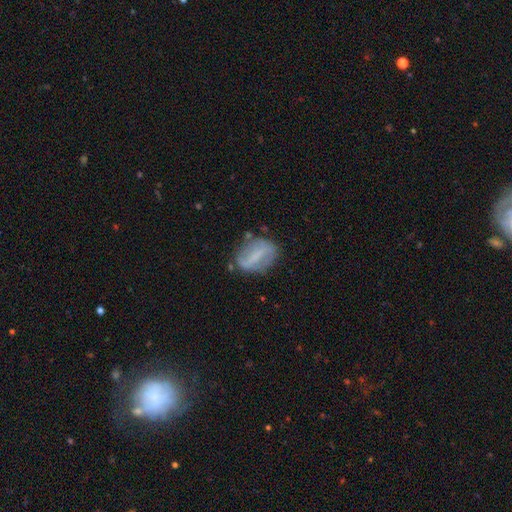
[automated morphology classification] A featured or disk galaxy (55%) with a strong bar (51%), spiral arms (51%) and no central bulge (51%).

Vote fractions:
- Smooth or featured? featured or disk: 55% / smooth: 37% / star or artifact: 8%
- Edge-on disk? no: 94% / yes: 6%
- Bar? strong: 51% / weak: 32% / no: 16%
- Spiral arms? yes: 51% / no: 49%
- Bulge size? none: 51% / small: 32% / moderate: 14% / large: 2% / dominant: 1%
- Merging? none: 62% / minor disturbance: 23% / major disturbance: 10% / merger: 4%